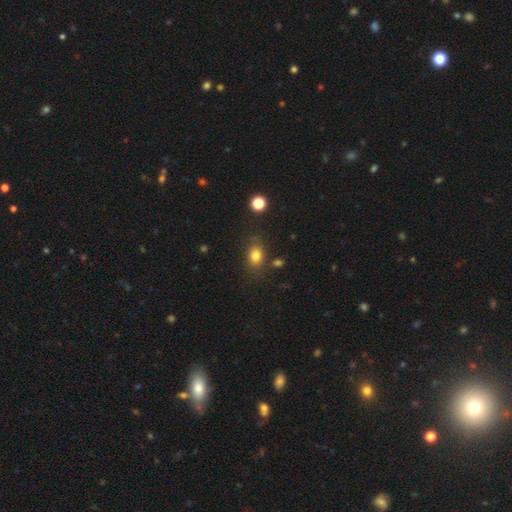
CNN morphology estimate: A smooth galaxy with no disk features (81%) that is in between round and cigar-shaped (68%). Merging: none (74%).